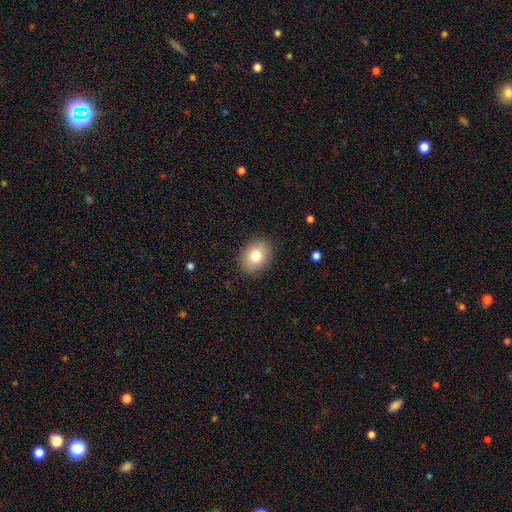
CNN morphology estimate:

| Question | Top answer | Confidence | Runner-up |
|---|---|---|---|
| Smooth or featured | smooth | 79% | featured or disk (12%) |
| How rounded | in between | 60% | round (39%) |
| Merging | none | 88% | minor disturbance (9%) |